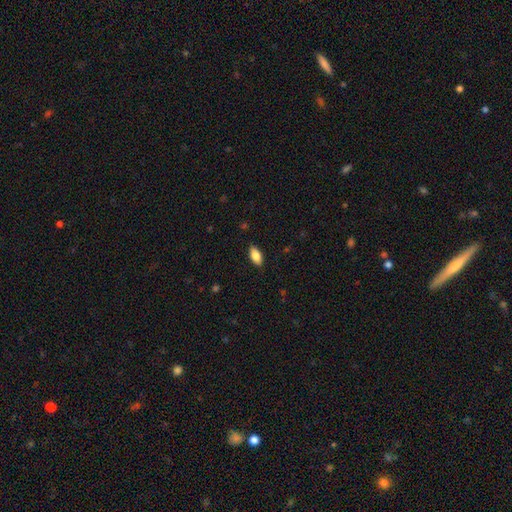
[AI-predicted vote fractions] smooth_or_featured: smooth (p=0.82) [alt: featured or disk p=0.11]
how_rounded: in between (p=0.90) [alt: cigar-shaped p=0.07]
merging: none (p=0.88) [alt: minor disturbance p=0.09]